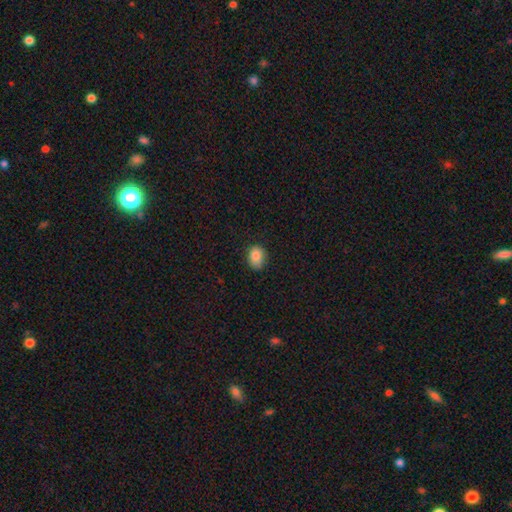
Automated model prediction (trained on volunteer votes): A smooth galaxy with no disk features (86%) that is in between round and cigar-shaped (67%). Merging: none (77%).